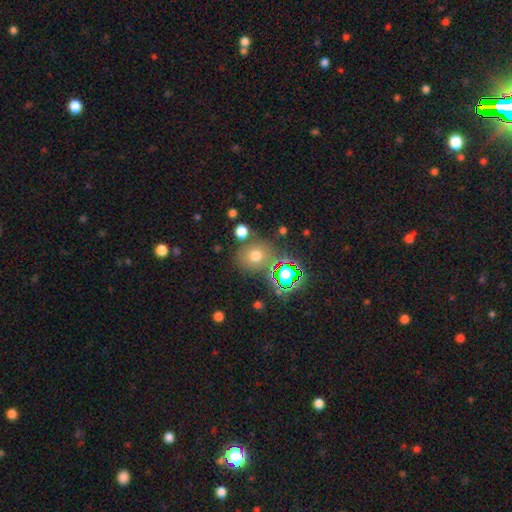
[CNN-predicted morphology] A smooth galaxy with no disk features (64%) that is round (76%).

Vote fractions:
- Smooth or featured? smooth: 64% / star or artifact: 25% / featured or disk: 11%
- How rounded? round: 76% / in between: 22% / cigar-shaped: 1%
- Merging? none: 73% / minor disturbance: 12% / merger: 10% / major disturbance: 5%